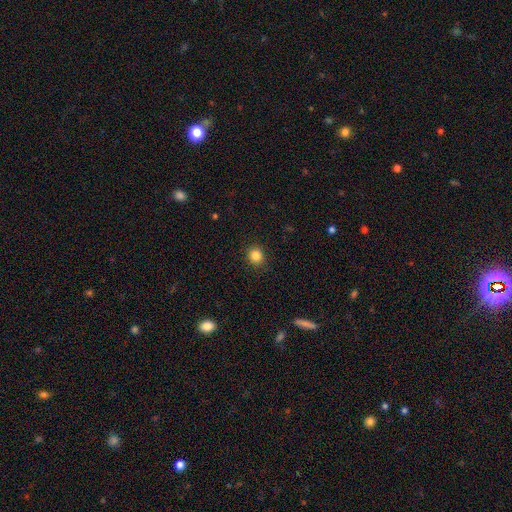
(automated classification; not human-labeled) This appears to be a smooth galaxy with no disk features (85%) that is round (87%). Merging: none (91%).